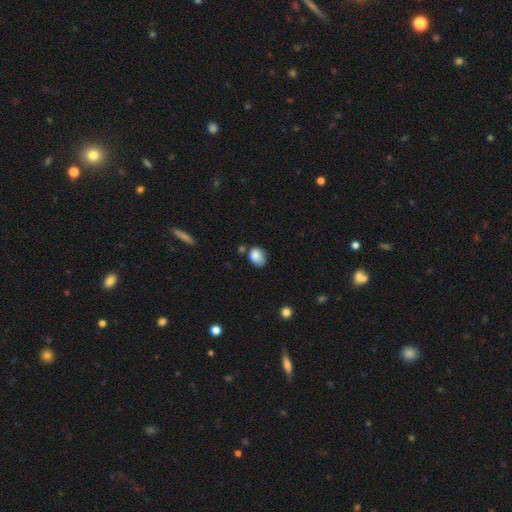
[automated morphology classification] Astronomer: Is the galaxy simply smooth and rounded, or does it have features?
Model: smooth — 82%.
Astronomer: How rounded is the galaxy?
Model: in between — 66%.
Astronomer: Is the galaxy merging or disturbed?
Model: none — 47% (runner-up: minor disturbance, 34%).